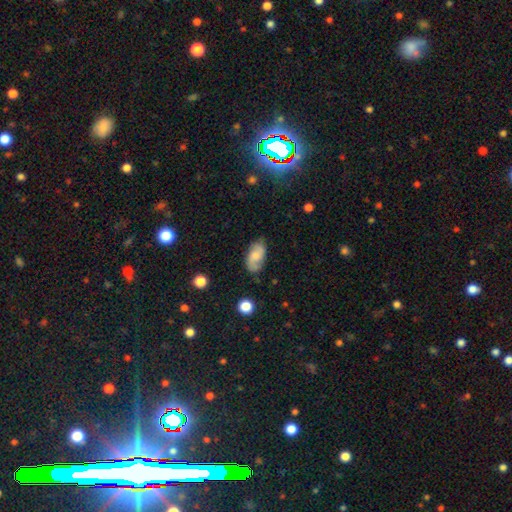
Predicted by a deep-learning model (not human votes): smooth 54%, featured or disk 38%, star or artifact 8%. Down the decision tree: how rounded — in between (92%); merging — none (73%).